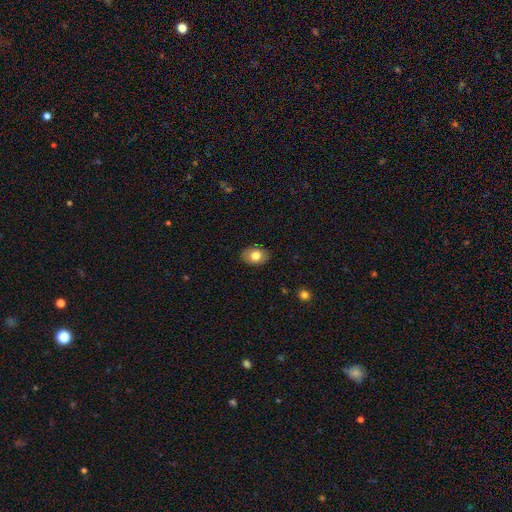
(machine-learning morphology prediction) type=smooth (79%); roundness=in between (75%); merging=none (87%).